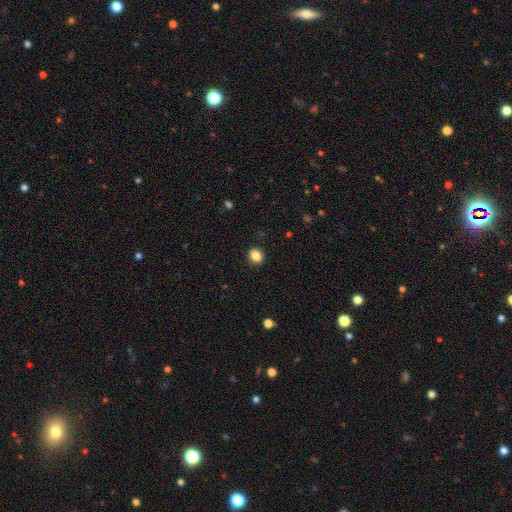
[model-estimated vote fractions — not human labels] This is clearly a smooth galaxy (86%). How rounded: likely round (70%). Merging: clearly none (90%).